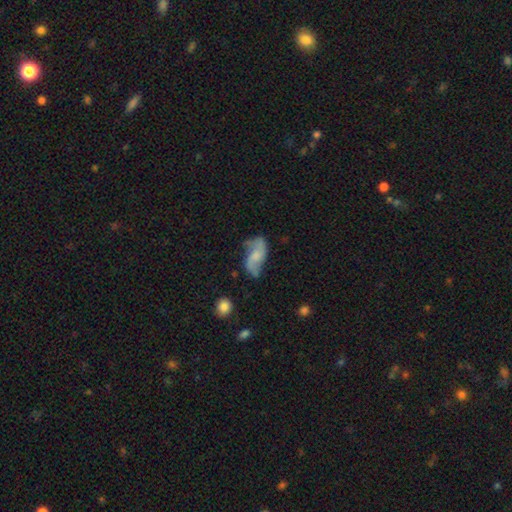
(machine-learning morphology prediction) type=featured or disk (72%); edge-on=no (96%); bar=no (54%); spiral arms=yes (92%); winding=loose (69%); arm count=2 (90%); bulge=small (32%); merging=none (61%).